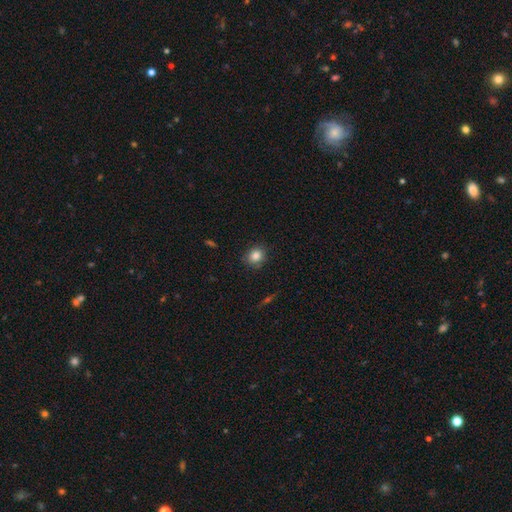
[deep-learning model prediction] This appears to be a smooth galaxy with no disk features (85%) that is round (73%). Merging: none (84%).